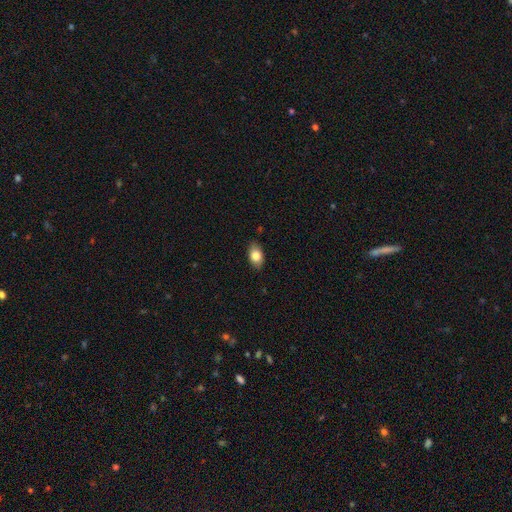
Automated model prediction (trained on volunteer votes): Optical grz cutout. It shows a smooth galaxy with no disk features (82%) that is in between round and cigar-shaped (90%). Merging: none (85%).